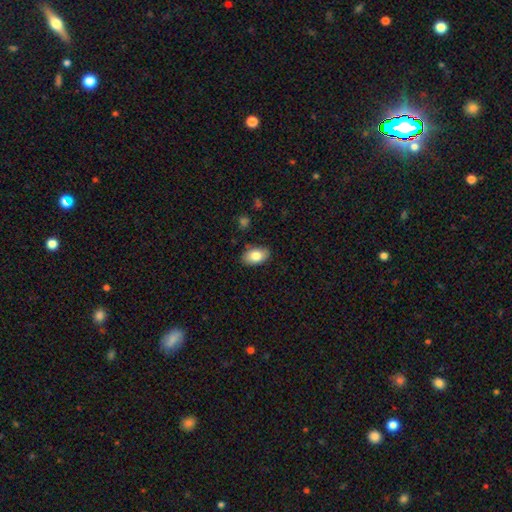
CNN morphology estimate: type=smooth (82%); roundness=in between (91%); merging=none (85%).